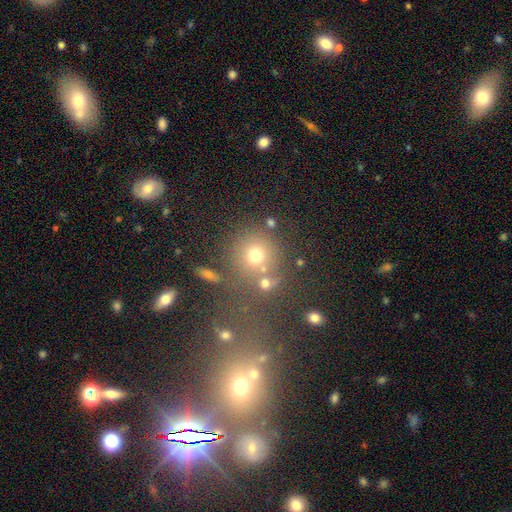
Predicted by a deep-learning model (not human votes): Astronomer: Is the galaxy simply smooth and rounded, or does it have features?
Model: smooth — 65%.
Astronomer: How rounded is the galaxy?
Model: round — 89%.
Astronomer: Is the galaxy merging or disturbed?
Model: none — 68%.